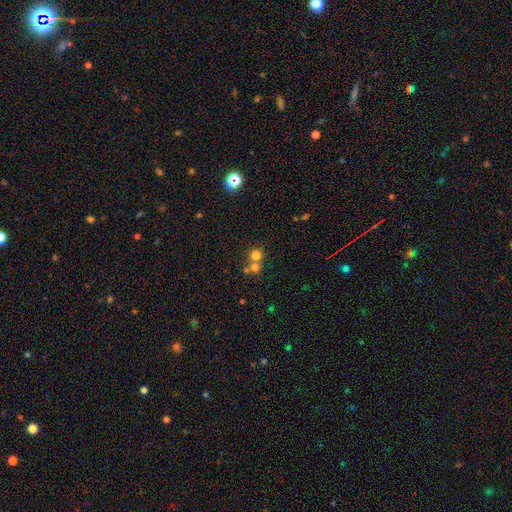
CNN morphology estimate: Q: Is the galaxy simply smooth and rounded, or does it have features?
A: smooth — 72%.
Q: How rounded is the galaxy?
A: round — 88%.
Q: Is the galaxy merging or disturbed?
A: merger — 49%.